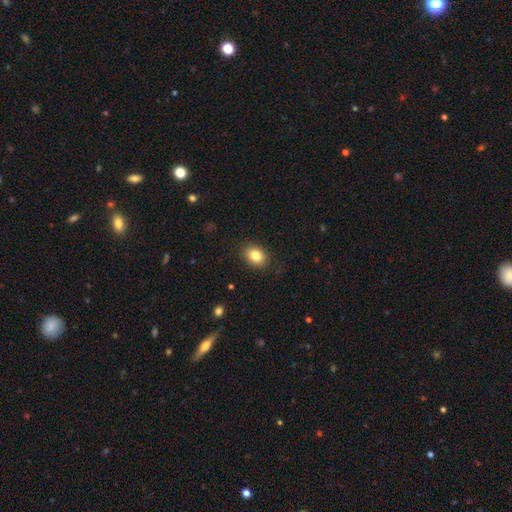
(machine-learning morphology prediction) This appears to be a smooth galaxy with no disk features (84%) that is in between round and cigar-shaped (69%). Merging: none (87%).